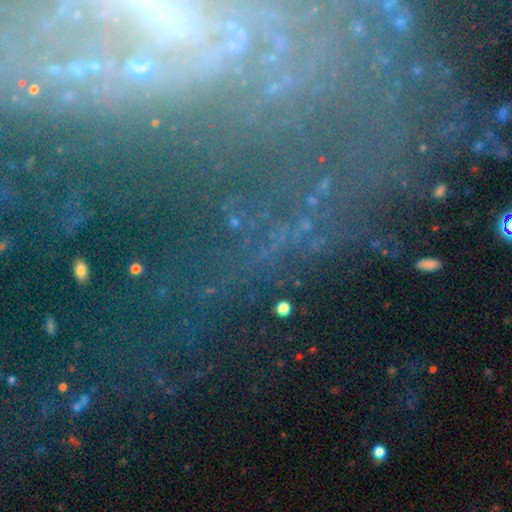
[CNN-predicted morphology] A star or artifact, not a galaxy (67%).

Vote fractions:
- Smooth or featured? star or artifact: 67% / smooth: 17% / featured or disk: 15%